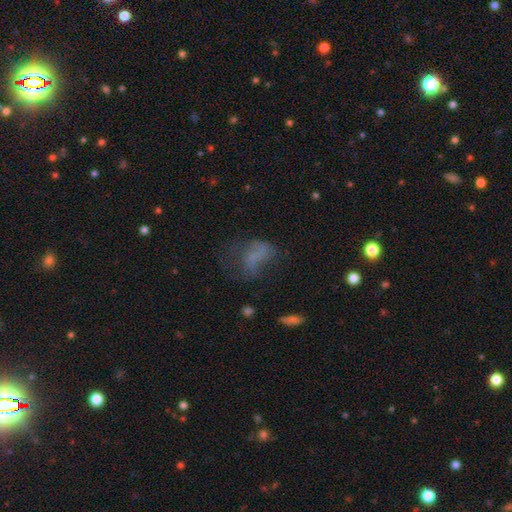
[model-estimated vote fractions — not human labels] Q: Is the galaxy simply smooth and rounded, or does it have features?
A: smooth — 47%.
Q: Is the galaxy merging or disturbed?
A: major disturbance — 41%.